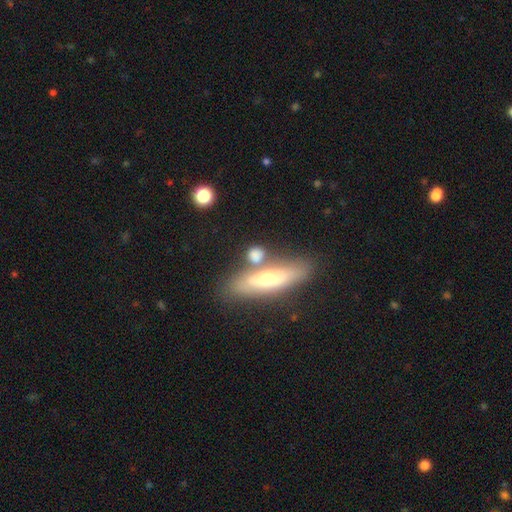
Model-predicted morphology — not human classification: smooth 64%, featured or disk 28%, star or artifact 8%. Down the decision tree: how rounded — cigar-shaped (39%); merging — none (60%).